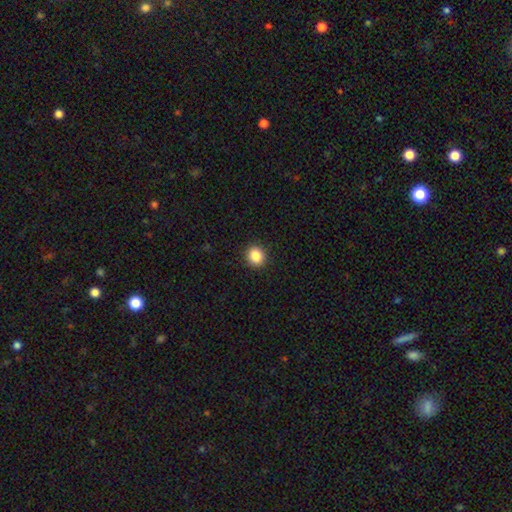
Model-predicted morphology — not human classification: smooth-or-featured: smooth: 87% | star or artifact: 9% | featured or disk: 4%
  how-rounded: round: 78% | in between: 21% | cigar-shaped: 1%
  merging: none: 91% | minor disturbance: 6% | major disturbance: 2% | merger: 1%